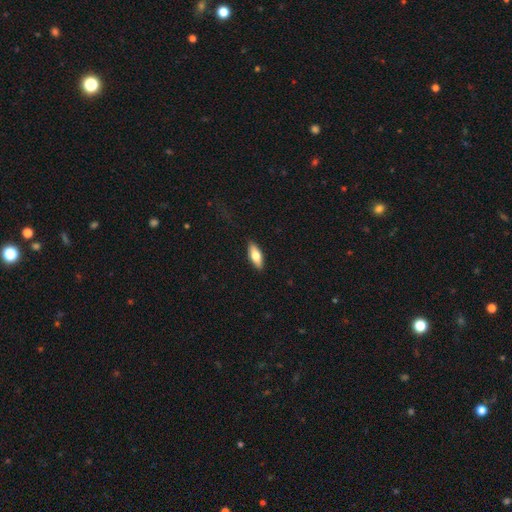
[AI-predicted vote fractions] Smooth or featured: smooth — 69% (featured or disk — 26%)
How rounded: in between — 71% (cigar-shaped — 27%)
Merging: none — 90% (minor disturbance — 8%)